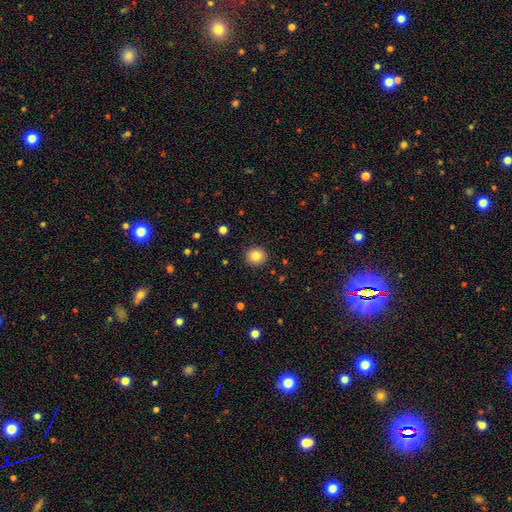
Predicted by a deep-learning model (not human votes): The model was most divided on "smooth or featured": smooth: 83%, star or artifact: 10%, featured or disk: 7%. More confident: merging — none (91%); how rounded — round (89%).